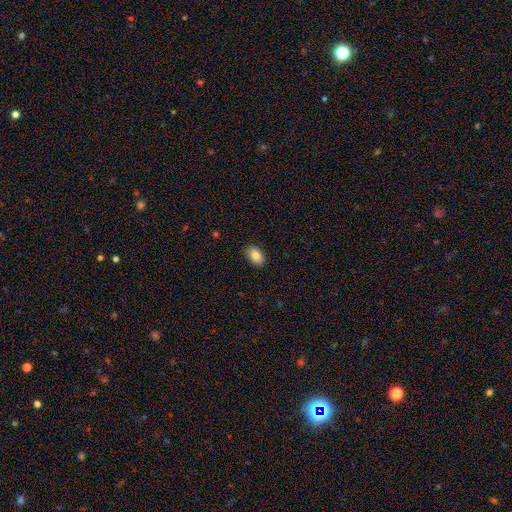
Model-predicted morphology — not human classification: Smooth or featured? smooth (86%)
How rounded? in between (90%)
Merging? none (84%)